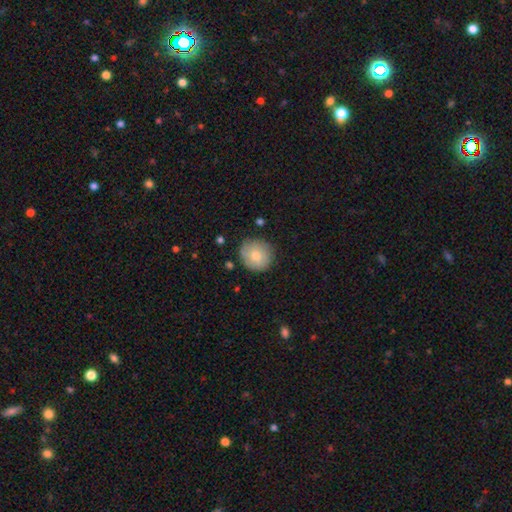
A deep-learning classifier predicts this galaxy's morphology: Smooth or featured: smooth — 74% (featured or disk — 18%)
How rounded: round — 93% (in between — 6%)
Merging: none — 84% (minor disturbance — 12%)